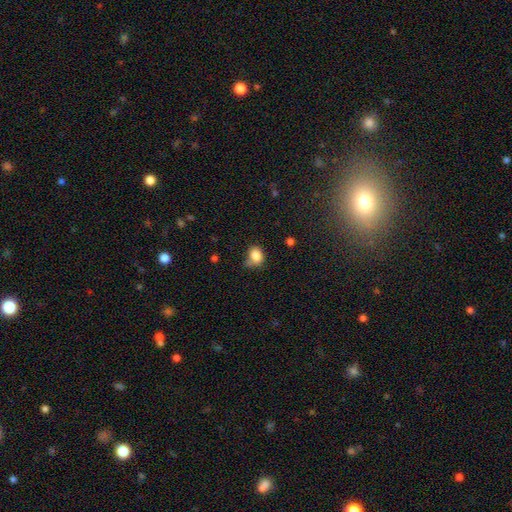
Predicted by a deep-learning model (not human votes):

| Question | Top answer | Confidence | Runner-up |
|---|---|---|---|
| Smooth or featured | smooth | 83% | star or artifact (10%) |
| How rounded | round | 50% | in between (49%) |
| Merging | none | 57% | minor disturbance (25%) |